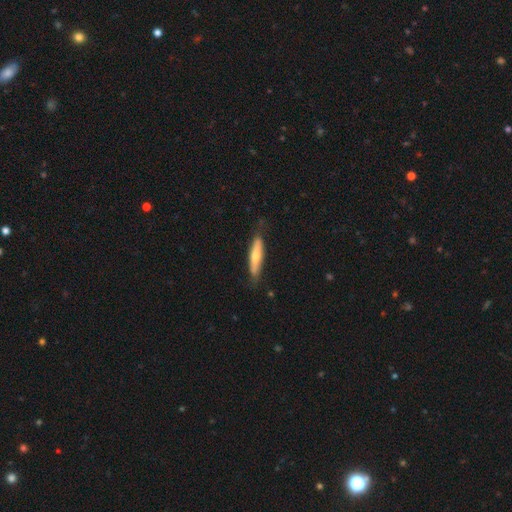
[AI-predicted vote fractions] The model was most divided on "smooth or featured": smooth: 58%, featured or disk: 37%, star or artifact: 5%. More confident: how rounded — cigar-shaped (82%); merging — none (76%).